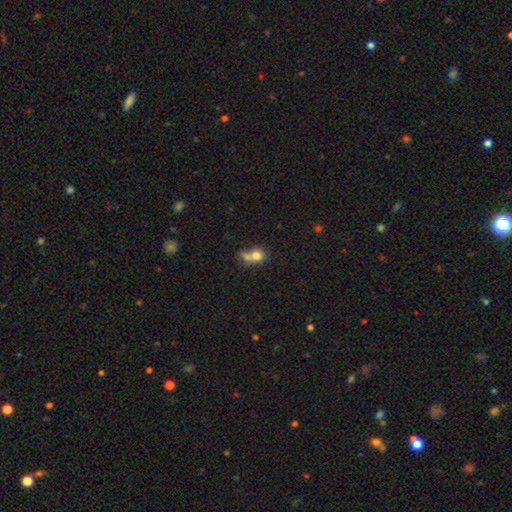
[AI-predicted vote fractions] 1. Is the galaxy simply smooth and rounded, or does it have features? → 75% smooth, 14% featured or disk, 11% star or artifact.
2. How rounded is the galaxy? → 74% round, 25% in between, 1% cigar-shaped.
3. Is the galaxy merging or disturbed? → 53% merger, 30% none, 10% minor disturbance, 6% major disturbance.